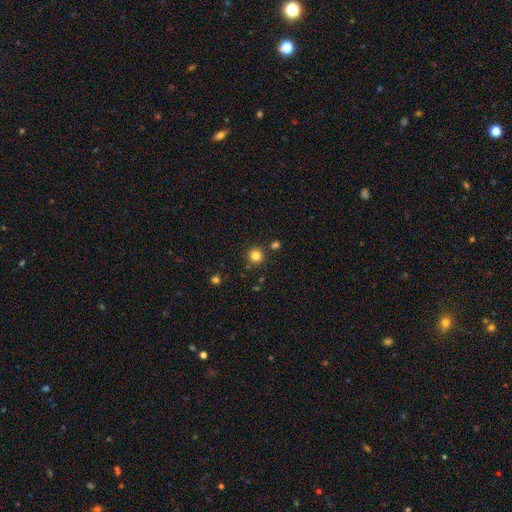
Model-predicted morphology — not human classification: Smooth or featured?
  - smooth: 82% *
  - star or artifact: 13%
  - featured or disk: 5%
How rounded?
  - round: 94% *
  - in between: 5%
  - cigar-shaped: 1%
Merging?
  - none: 87% *
  - minor disturbance: 7%
  - merger: 5%
  - major disturbance: 2%